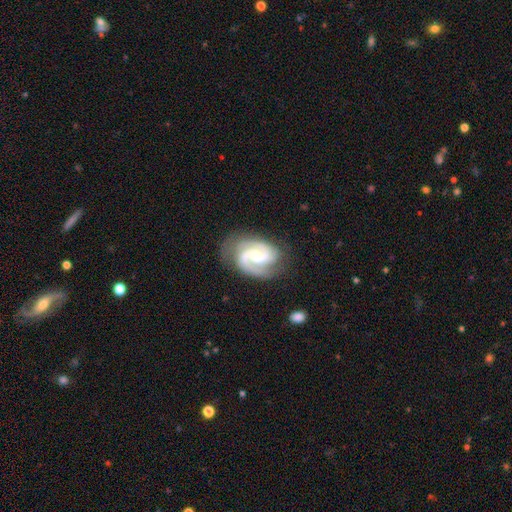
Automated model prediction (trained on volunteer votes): This appears to be a featured or disk galaxy (91%) with no bar (45%), 2 (87%) medium (53%) spiral arms (98%) and a moderate central bulge (49%). Merging: none (77%).